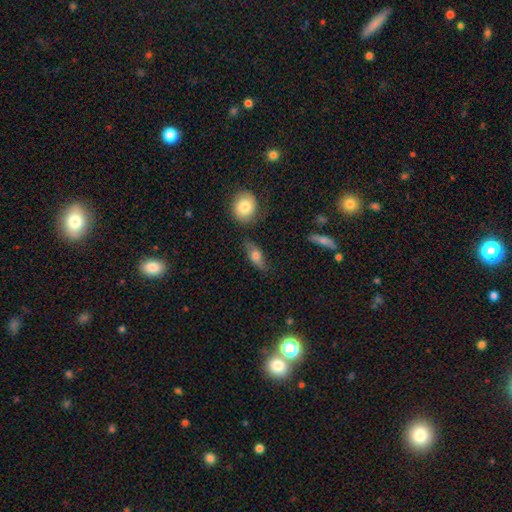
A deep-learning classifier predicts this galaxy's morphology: Q: Smooth or featured?
A: smooth (62%); runner-up: featured or disk (29%)
Q: How rounded?
A: in between (72%); runner-up: cigar-shaped (20%)
Q: Merging?
A: none (72%); runner-up: minor disturbance (18%)